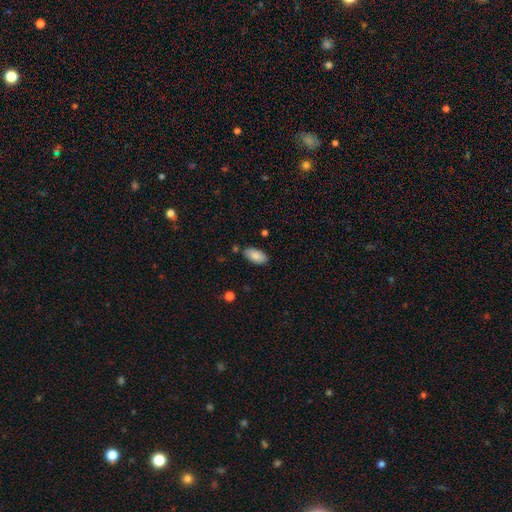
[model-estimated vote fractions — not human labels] smooth 85%, featured or disk 8%, star or artifact 7%. Down the decision tree: how rounded — in between (95%); merging — none (83%).